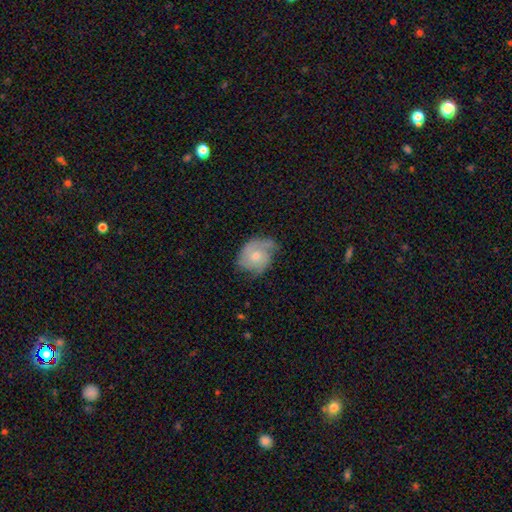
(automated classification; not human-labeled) The model was most divided on "merging": none: 49%, minor disturbance: 35%, major disturbance: 14%, merger: 2%. More confident: edge-on disk — no (97%); spiral arms — yes (82%); bar — no (76%); smooth or featured — featured or disk (56%); bulge size — moderate (54%).